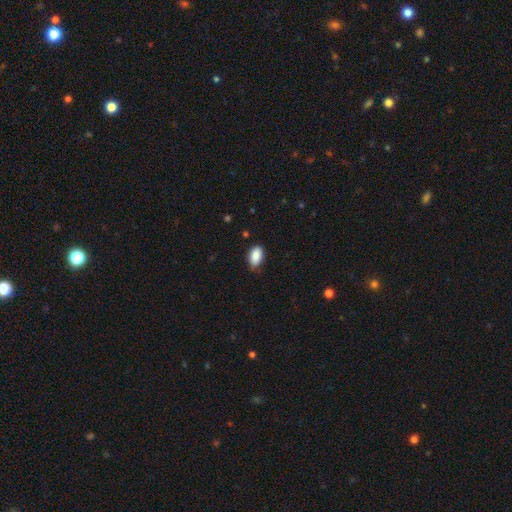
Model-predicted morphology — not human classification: type=smooth (88%); roundness=in between (92%); merging=none (73%).